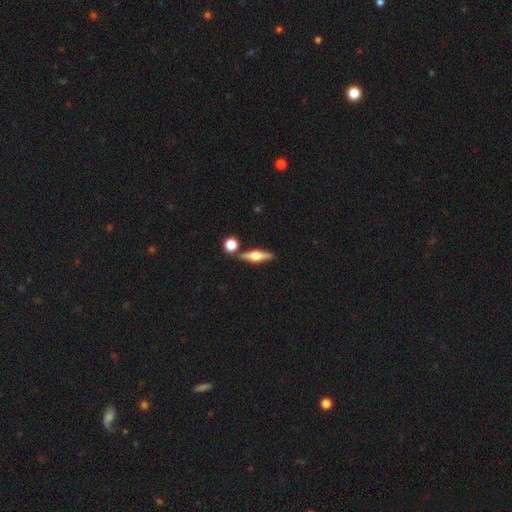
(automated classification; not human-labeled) A featured or disk galaxy (68%) viewed edge-on (96%) with a rounded central bulge (94%).

Vote fractions:
- Smooth or featured? featured or disk: 68% / smooth: 25% / star or artifact: 7%
- Edge-on disk? yes: 96% / no: 4%
- Edge-on bulge? rounded: 94% / boxy: 4% / none: 2%
- Merging? none: 83% / minor disturbance: 8% / merger: 7% / major disturbance: 2%